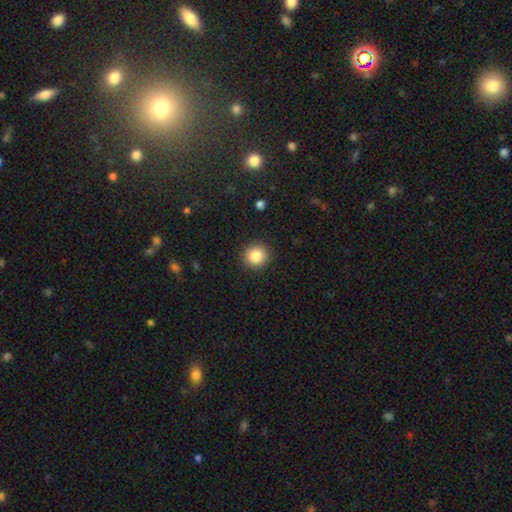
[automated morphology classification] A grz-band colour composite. It shows a smooth galaxy with no disk features (86%) that is round (92%). Merging: none (91%).